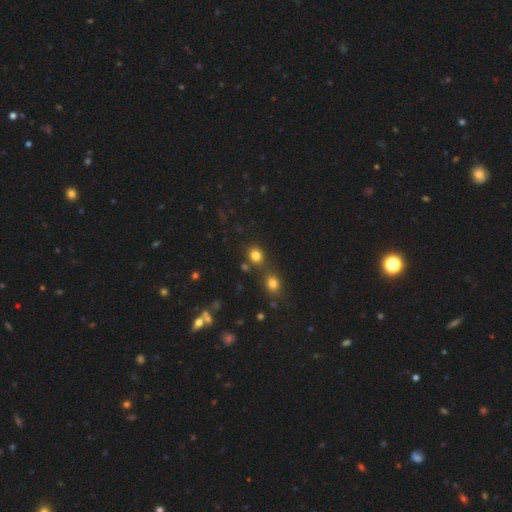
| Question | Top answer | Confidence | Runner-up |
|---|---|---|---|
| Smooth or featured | smooth | 90% | star or artifact (8%) |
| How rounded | round | 69% | in between (31%) |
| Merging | none | 64% | merger (22%) |